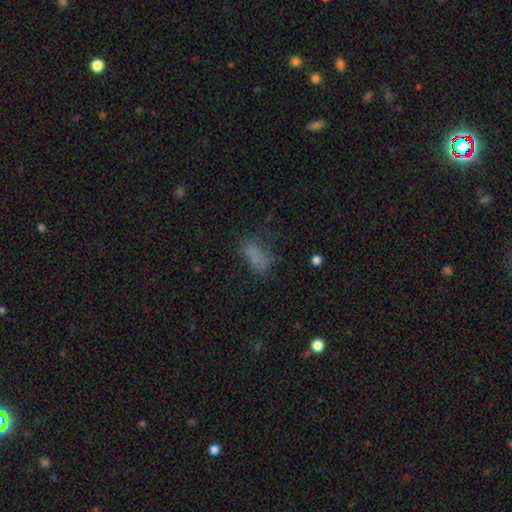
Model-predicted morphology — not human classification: Smooth or featured? Predicted: smooth (p=0.66). How rounded? Predicted: in between (p=0.80). Merging? Predicted: none (p=0.43).